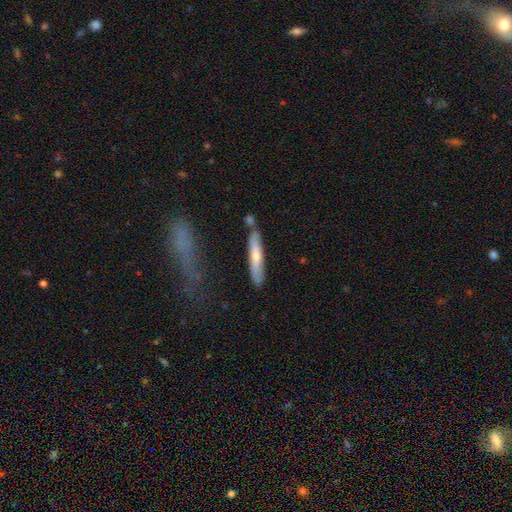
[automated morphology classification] This is possibly a featured or disk galaxy (50%). It is clearly viewed edge-on (85%). Merging: likely none (67%).